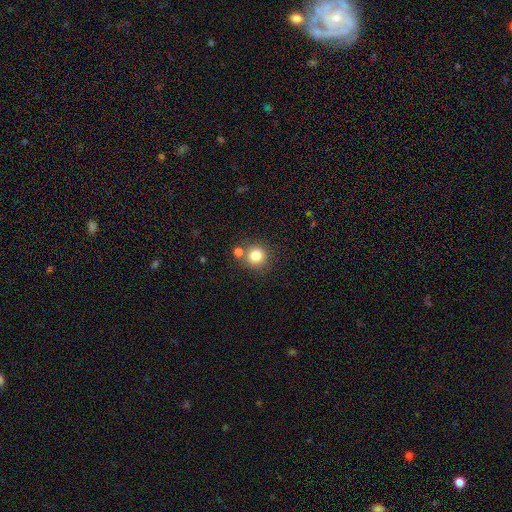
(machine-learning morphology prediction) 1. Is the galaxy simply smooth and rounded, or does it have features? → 80% smooth, 12% star or artifact, 7% featured or disk.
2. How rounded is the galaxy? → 92% round, 7% in between, 1% cigar-shaped.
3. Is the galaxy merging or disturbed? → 73% none, 15% merger, 8% minor disturbance, 3% major disturbance.